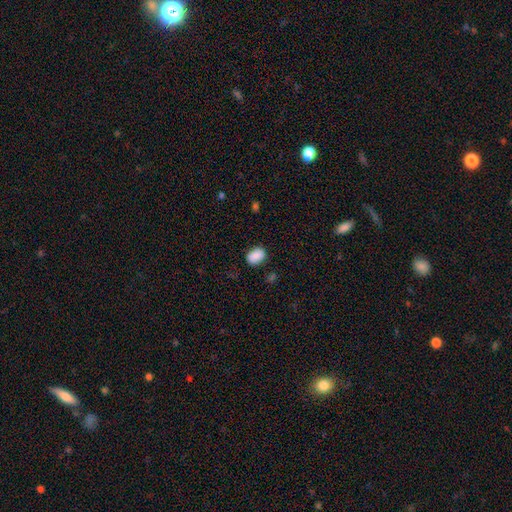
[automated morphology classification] smooth 89%, star or artifact 7%, featured or disk 4%. Down the decision tree: how rounded — in between (78%); merging — none (84%).